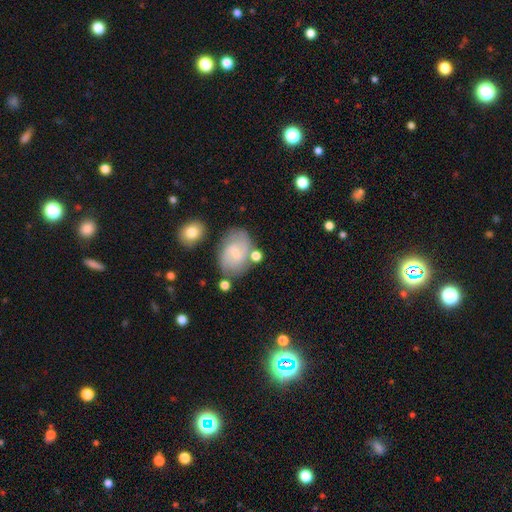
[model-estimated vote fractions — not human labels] This appears to be a smooth galaxy with no disk features (49%). Merging: none (63%).